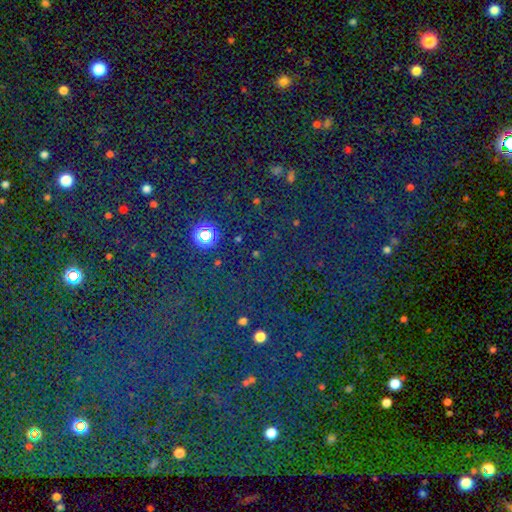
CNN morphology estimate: Smooth or featured: star or artifact — 79% (smooth — 13%)